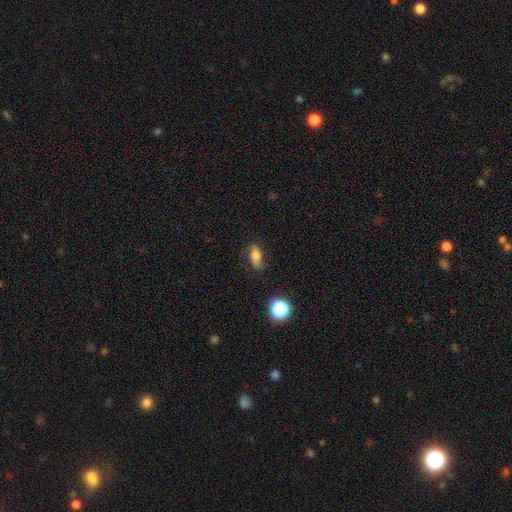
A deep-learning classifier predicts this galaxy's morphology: smooth 61%, featured or disk 28%, star or artifact 11%. Down the decision tree: how rounded — in between (72%); merging — none (72%).